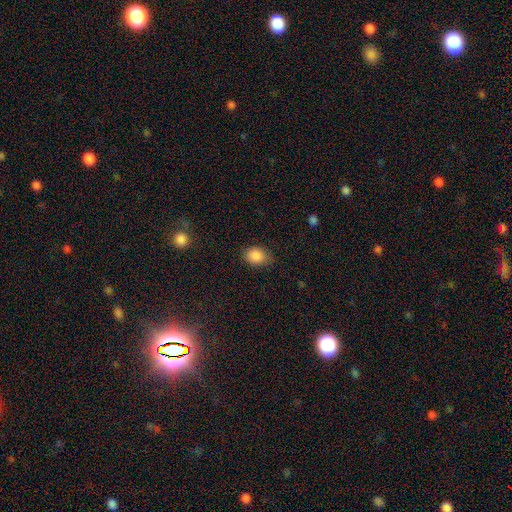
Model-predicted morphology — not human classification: This appears to be a smooth galaxy with no disk features (88%) that is in between round and cigar-shaped (67%). Merging: none (75%).